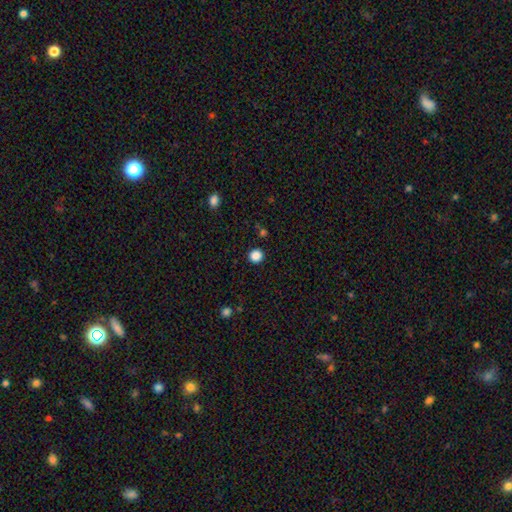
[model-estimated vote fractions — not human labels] The model was most divided on "smooth or featured": smooth: 86%, star or artifact: 11%, featured or disk: 3%. More confident: how rounded — round (95%); merging — none (92%).